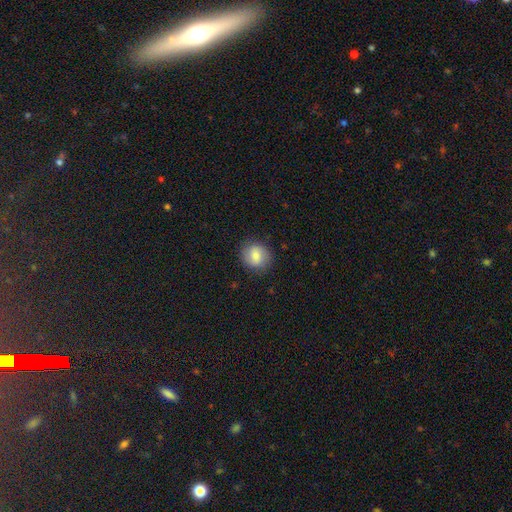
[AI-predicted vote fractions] smooth-or-featured: smooth: 73% | featured or disk: 19% | star or artifact: 8%
  how-rounded: round: 76% | in between: 23% | cigar-shaped: 1%
  merging: none: 85% | minor disturbance: 11% | major disturbance: 3% | merger: 1%